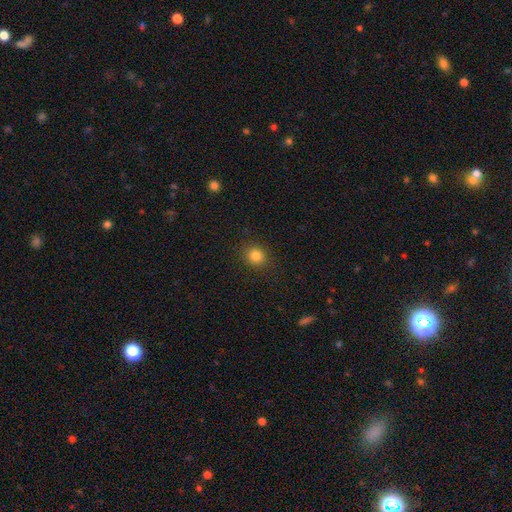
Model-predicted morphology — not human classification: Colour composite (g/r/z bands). It shows a smooth galaxy with no disk features (83%) that is round (83%). Merging: none (89%).